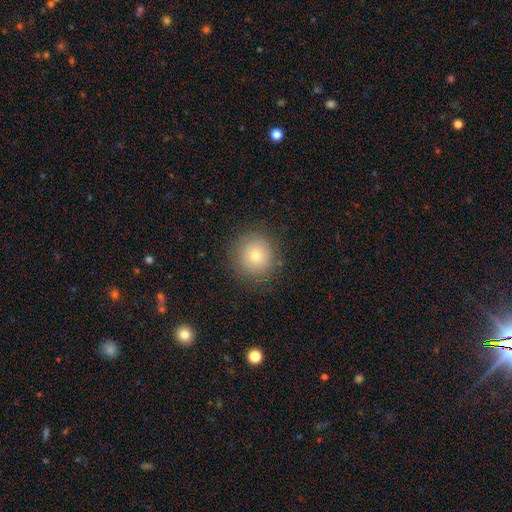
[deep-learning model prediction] Q: Smooth or featured?
A: smooth (75%); runner-up: featured or disk (13%)
Q: How rounded?
A: round (90%); runner-up: in between (9%)
Q: Merging?
A: none (87%); runner-up: minor disturbance (9%)